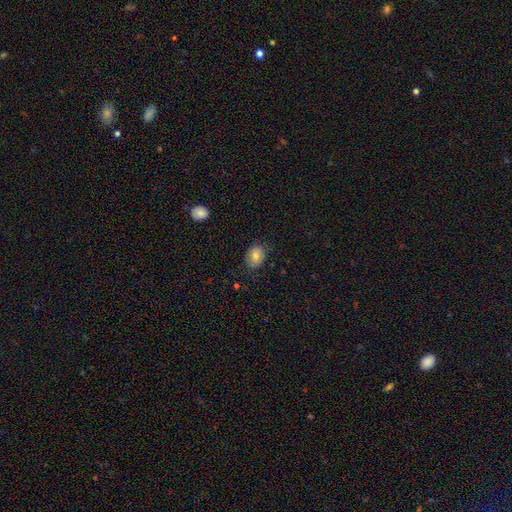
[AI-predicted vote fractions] smooth-or-featured: smooth: 77% | featured or disk: 14% | star or artifact: 9%
  how-rounded: in between: 55% | round: 44% | cigar-shaped: 1%
  merging: none: 81% | minor disturbance: 15% | major disturbance: 3% | merger: 1%